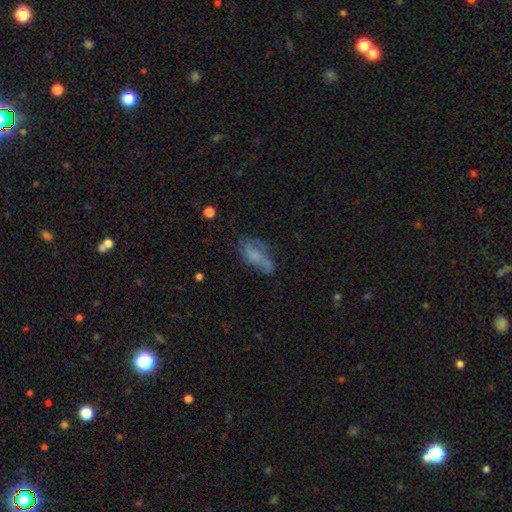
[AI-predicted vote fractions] smooth_or_featured: smooth (p=0.56) [alt: featured or disk p=0.33]
how_rounded: in between (p=0.74) [alt: cigar-shaped p=0.23]
merging: none (p=0.42) [alt: minor disturbance p=0.29]